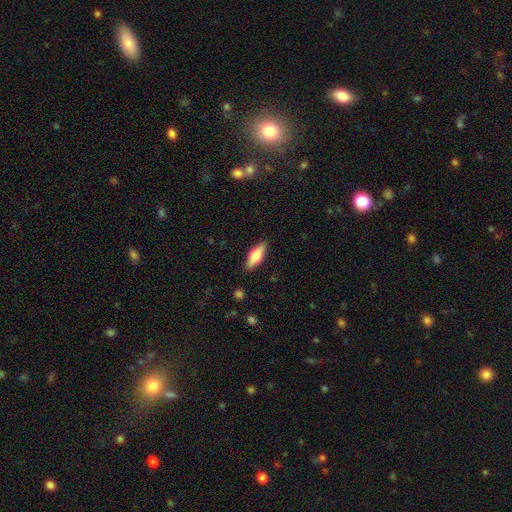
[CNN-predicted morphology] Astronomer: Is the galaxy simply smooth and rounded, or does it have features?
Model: smooth — 62%.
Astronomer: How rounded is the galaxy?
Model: in between — 69%.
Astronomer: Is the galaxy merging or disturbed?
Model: none — 87%.